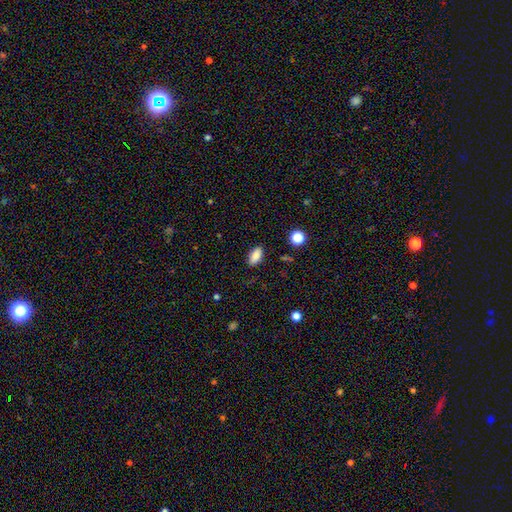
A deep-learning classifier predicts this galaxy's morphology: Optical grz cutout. It shows a smooth galaxy with no disk features (85%) that is in between round and cigar-shaped (89%). Merging: none (86%).